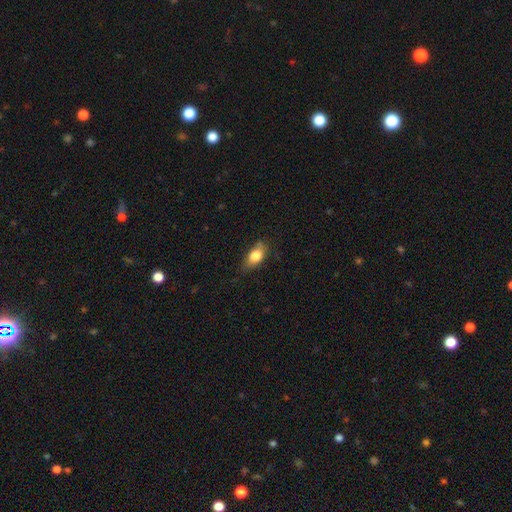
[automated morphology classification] Smooth or featured? Predicted: smooth (p=0.78). How rounded? Predicted: in between (p=0.82). Merging? Predicted: none (p=0.65).